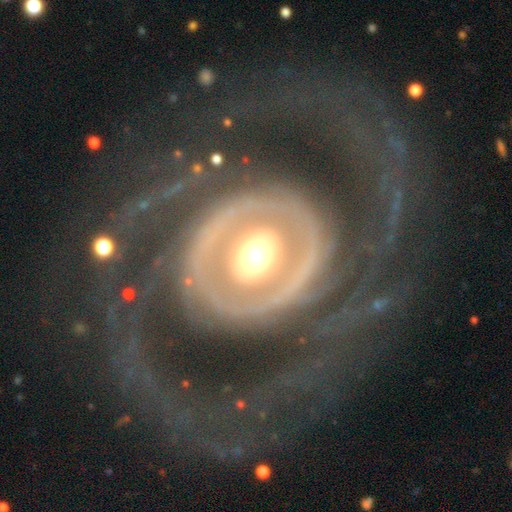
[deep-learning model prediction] Smooth or featured: featured or disk — 87% (smooth — 8%)
Edge-on disk: no — 96% (yes — 4%)
Bar: no — 67% (strong — 17%)
Spiral arms: yes — 75% (no — 25%)
Spiral winding: tight — 37% (medium — 33%)
Spiral arm count: 2 — 52% (can't tell — 15%)
Bulge size: moderate — 63% (large — 25%)
Merging: none — 56% (major disturbance — 27%)